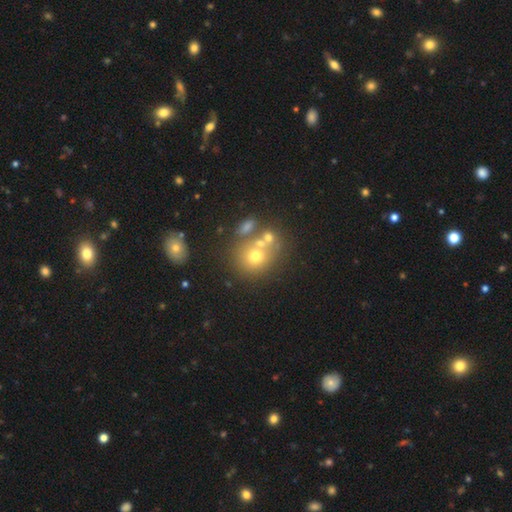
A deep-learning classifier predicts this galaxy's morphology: Smooth or featured? smooth (61%)
How rounded? round (77%)
Merging? none (48%)